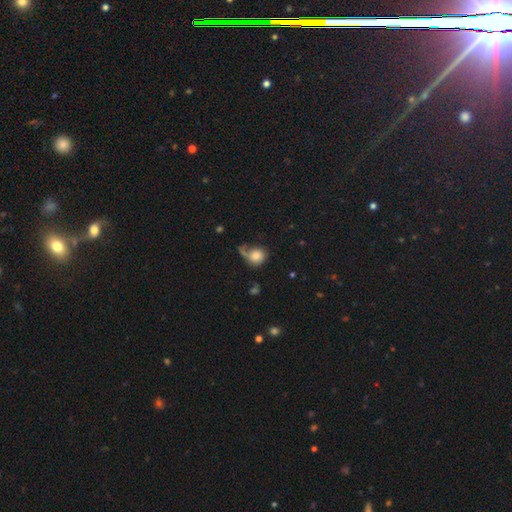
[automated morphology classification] smooth_or_featured: smooth (p=0.68) [alt: featured or disk p=0.23]
how_rounded: round (p=0.72) [alt: in between p=0.26]
merging: none (p=0.38) [alt: major disturbance p=0.28]